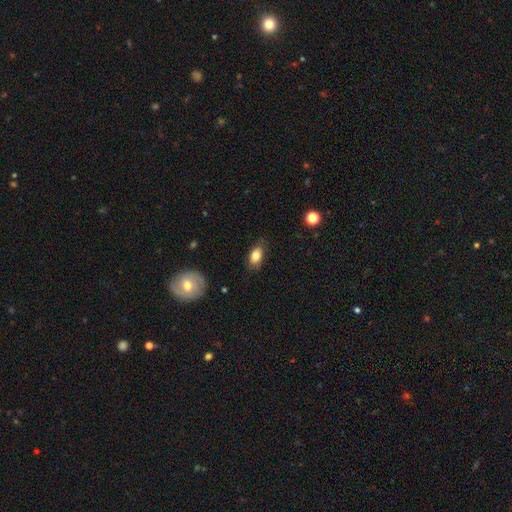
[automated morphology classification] This appears to be a smooth galaxy with no disk features (81%) that is in between round and cigar-shaped (87%). Merging: none (75%).